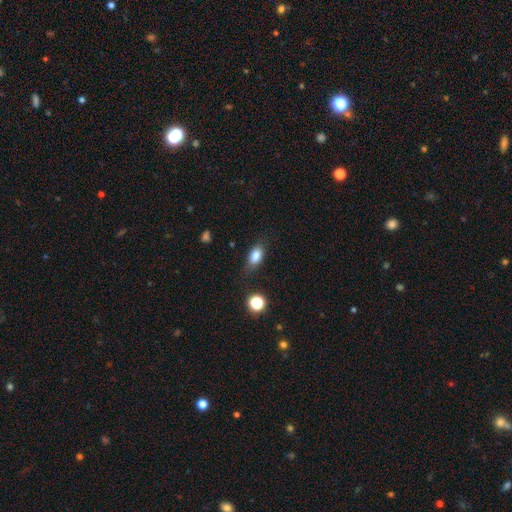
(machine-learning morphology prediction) Q: Smooth or featured?
A: smooth (82%); runner-up: star or artifact (10%)
Q: How rounded?
A: in between (83%); runner-up: round (9%)
Q: Merging?
A: none (74%); runner-up: minor disturbance (18%)